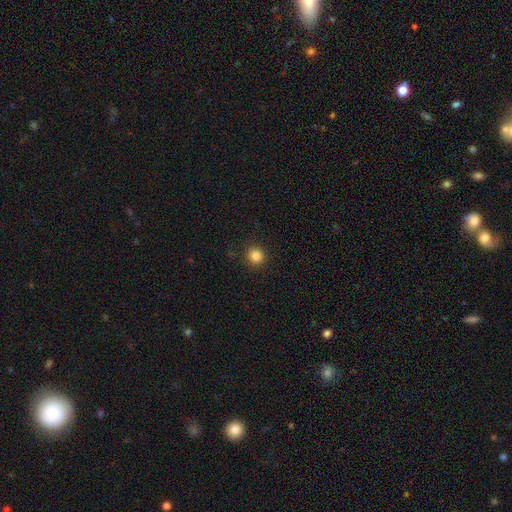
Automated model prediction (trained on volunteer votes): smooth_or_featured: smooth (p=0.84) [alt: star or artifact p=0.12]
how_rounded: round (p=0.93) [alt: in between p=0.07]
merging: none (p=0.91) [alt: minor disturbance p=0.06]